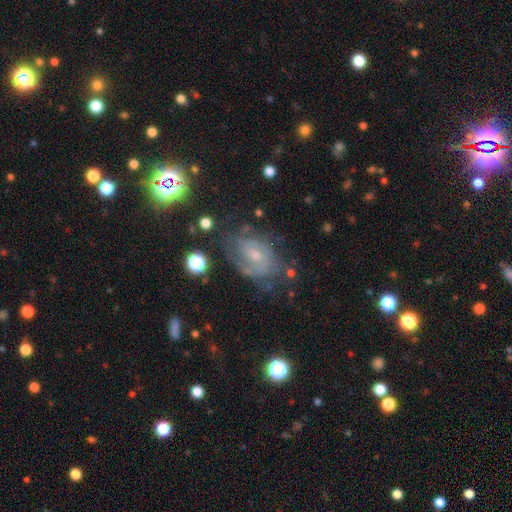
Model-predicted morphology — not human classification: featured or disk 75%, smooth 14%, star or artifact 12%. Down the decision tree: edge-on disk — no (97%); bar — no (51%); spiral arms — yes (91%); spiral arm count — 2 (42%); spiral winding — tight (44%); bulge size — small (57%); merging — none (61%).